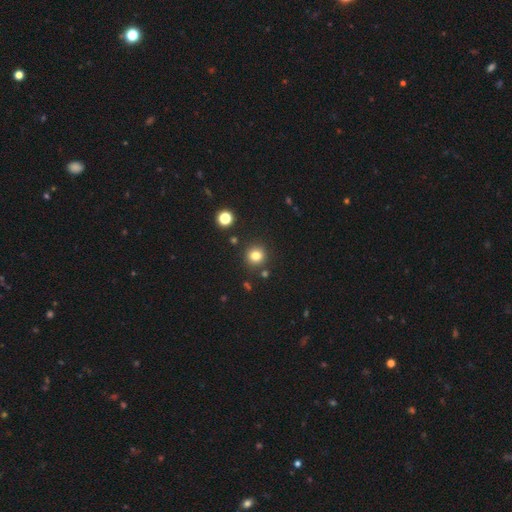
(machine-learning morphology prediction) Smooth or featured? Predicted: smooth (p=0.80). How rounded? Predicted: round (p=0.93). Merging? Predicted: none (p=0.88).